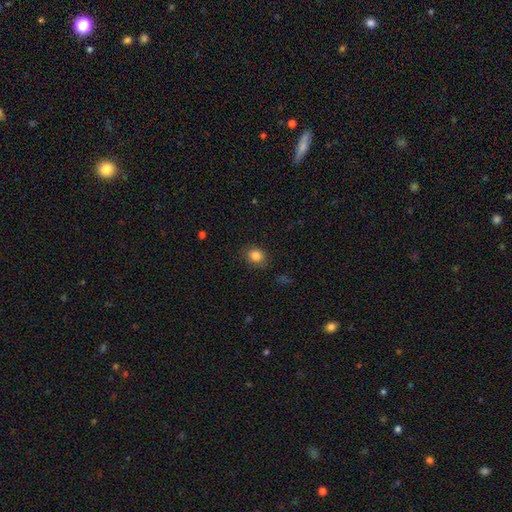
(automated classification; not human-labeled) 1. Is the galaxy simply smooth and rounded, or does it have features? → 84% smooth, 11% star or artifact, 6% featured or disk.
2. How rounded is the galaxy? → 60% round, 39% in between, 1% cigar-shaped.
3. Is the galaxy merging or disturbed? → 82% none, 13% minor disturbance, 3% major disturbance, 1% merger.